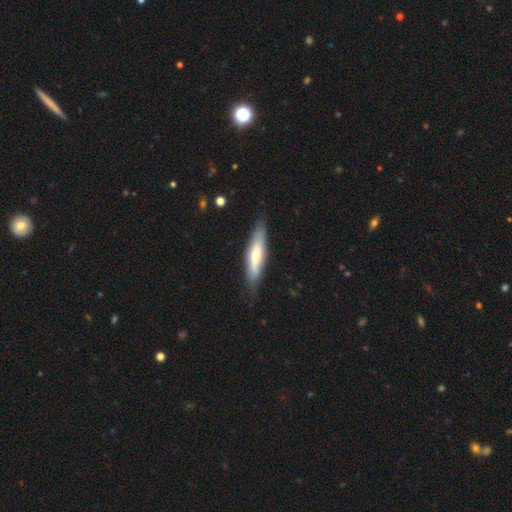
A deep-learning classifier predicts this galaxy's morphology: Smooth or featured? Predicted: smooth (p=0.62). How rounded? Predicted: cigar-shaped (p=0.70). Merging? Predicted: none (p=0.75).